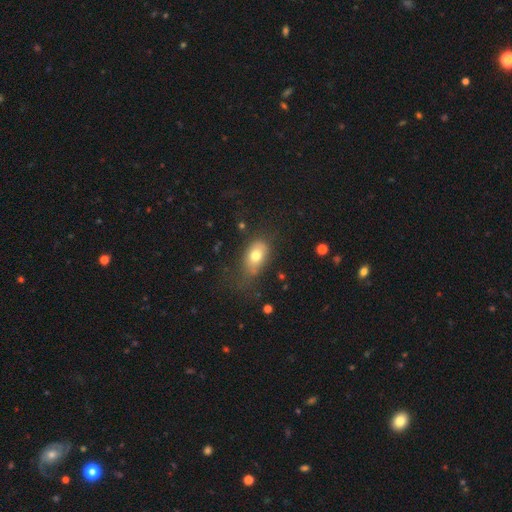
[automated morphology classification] Smooth or featured: smooth — 73% (featured or disk — 19%)
How rounded: in between — 84% (round — 14%)
Merging: none — 52% (minor disturbance — 28%)